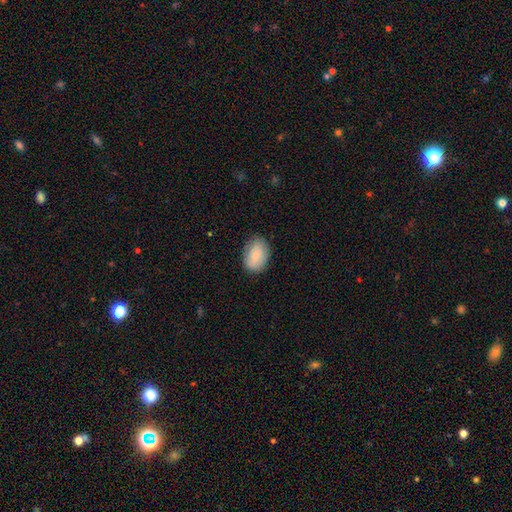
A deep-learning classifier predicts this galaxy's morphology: This is clearly a smooth galaxy (82%). How rounded: clearly in between (84%). Merging: clearly none (82%).